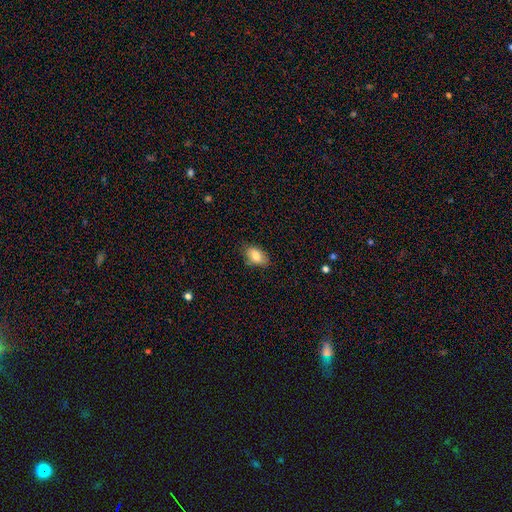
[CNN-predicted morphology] This is clearly a smooth galaxy (82%). How rounded: clearly in between (90%). Merging: likely none (78%).